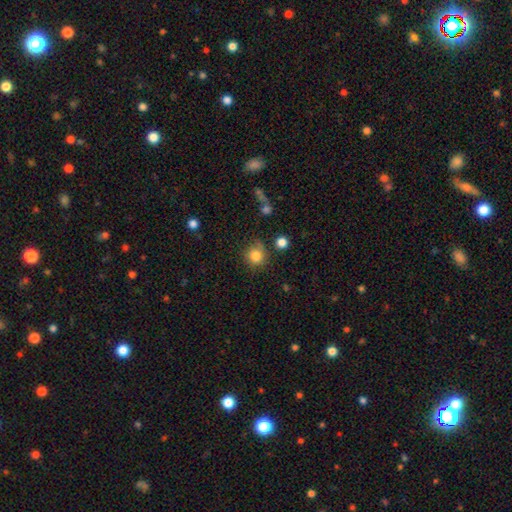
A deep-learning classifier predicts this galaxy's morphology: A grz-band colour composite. It shows a smooth galaxy with no disk features (82%) that is round (89%). Merging: none (70%).